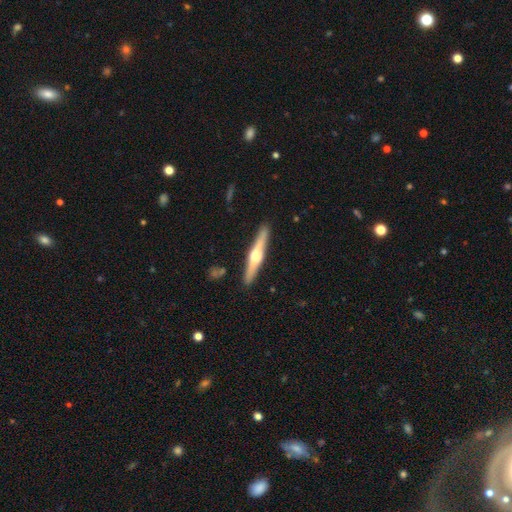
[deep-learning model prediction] Morphology: type=featured or disk (68%); edge-on=yes (97%); edge-on bulge=rounded (91%); merging=none (90%).